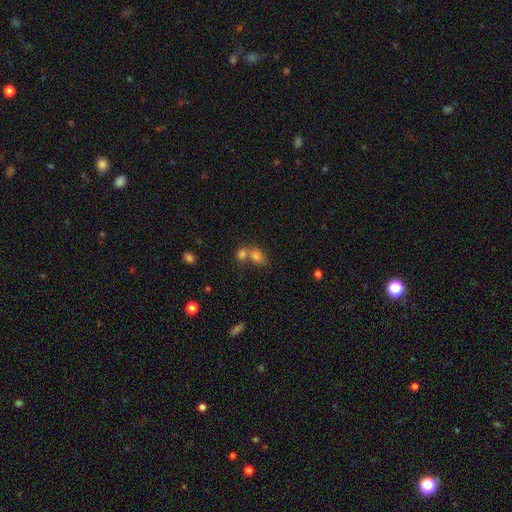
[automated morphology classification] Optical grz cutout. It shows a smooth galaxy with no disk features (73%) that is in between round and cigar-shaped (61%). Merging: merger (51%).